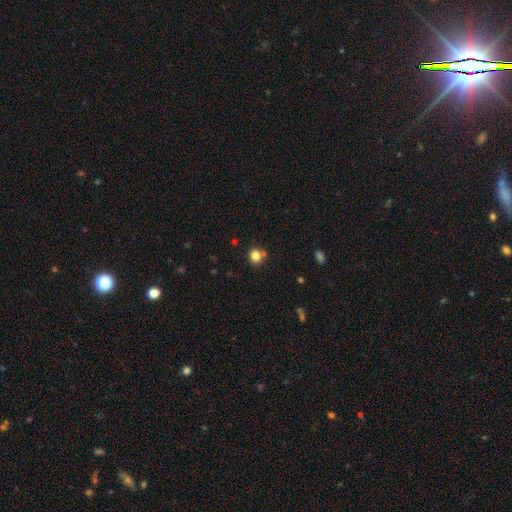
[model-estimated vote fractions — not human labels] A smooth galaxy with no disk features (82%) that is round (87%). Merging: none (73%).